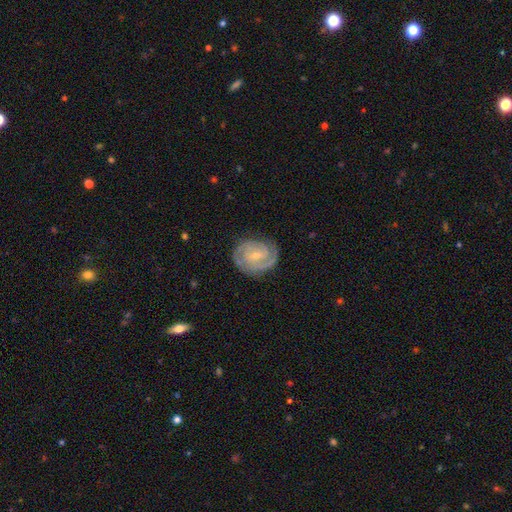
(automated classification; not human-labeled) featured or disk 88%, smooth 8%, star or artifact 5%. Down the decision tree: edge-on disk — no (98%); bar — weak (49%); spiral arms — yes (97%); spiral arm count — 2 (59%); spiral winding — tight (69%); bulge size — small (67%); merging — none (81%).